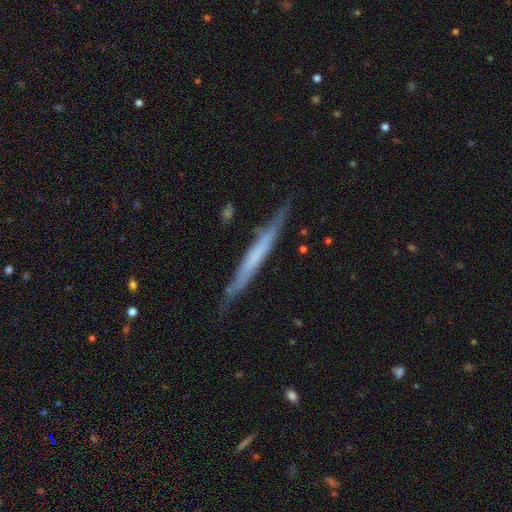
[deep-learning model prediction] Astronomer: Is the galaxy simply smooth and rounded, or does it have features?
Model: featured or disk — 54% (runner-up: smooth, 40%).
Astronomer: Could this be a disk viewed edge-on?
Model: yes — 94%.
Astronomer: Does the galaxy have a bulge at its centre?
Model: none — 80%.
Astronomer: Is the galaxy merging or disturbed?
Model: none — 82%.